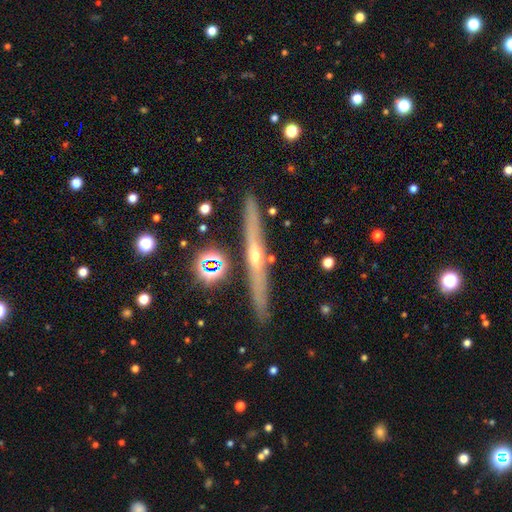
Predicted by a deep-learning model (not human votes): This is likely a featured or disk galaxy (69%). It is clearly viewed edge-on (94%). Edge-on bulge: likely rounded (74%). Merging: clearly none (87%).